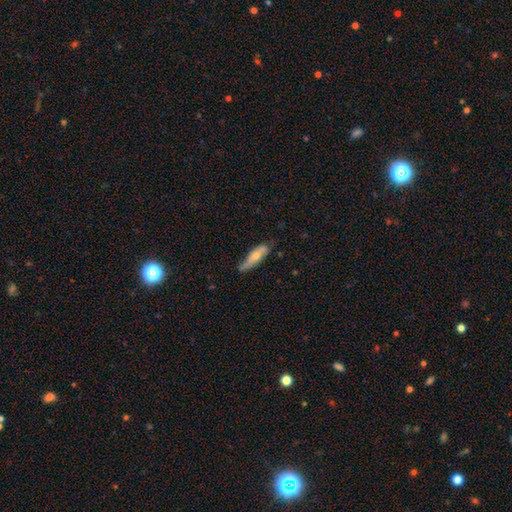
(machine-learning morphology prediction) Smooth or featured? smooth (57%)
How rounded? cigar-shaped (51%)
Merging? none (56%)